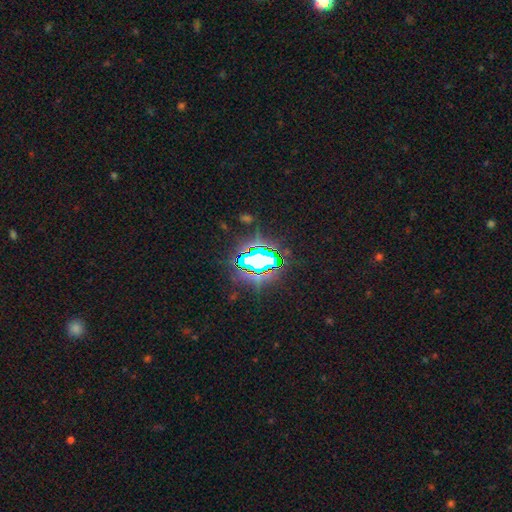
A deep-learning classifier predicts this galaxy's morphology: type=star or artifact (81%).